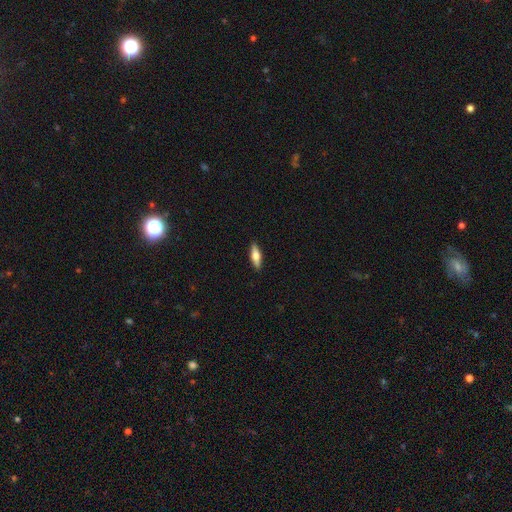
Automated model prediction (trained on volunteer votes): Overall: smooth (65%; featured or disk 29%). How rounded: in between (49%; cigar-shaped 48%). Merging: none (90%).